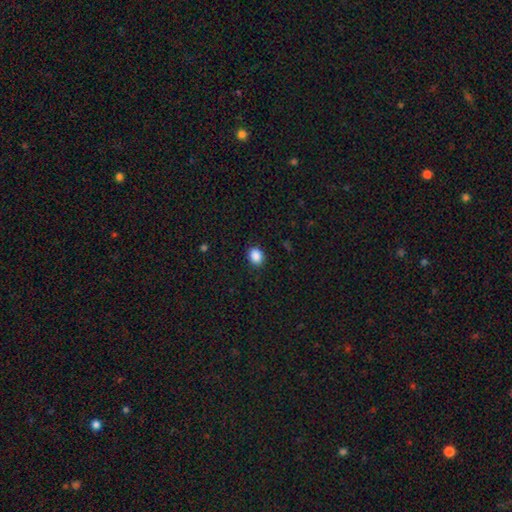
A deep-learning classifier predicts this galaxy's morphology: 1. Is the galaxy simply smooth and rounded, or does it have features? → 88% smooth, 9% star or artifact, 3% featured or disk.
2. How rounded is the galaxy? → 51% round, 48% in between, 1% cigar-shaped.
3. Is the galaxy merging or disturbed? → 88% none, 9% minor disturbance, 2% major disturbance, 1% merger.